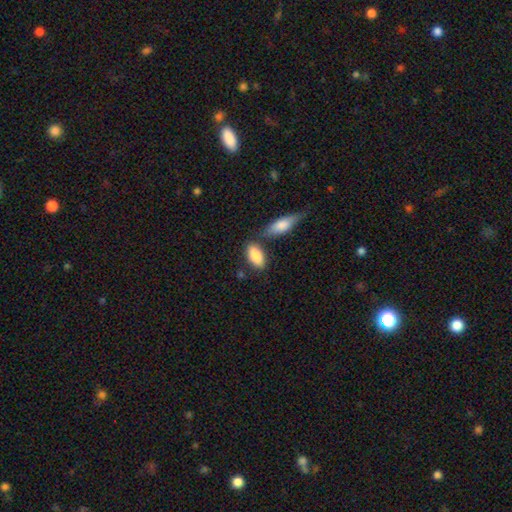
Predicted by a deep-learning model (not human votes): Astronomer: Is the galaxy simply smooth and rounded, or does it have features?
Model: smooth — 85%.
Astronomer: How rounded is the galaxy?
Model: in between — 89%.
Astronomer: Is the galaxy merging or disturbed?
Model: none — 64%.